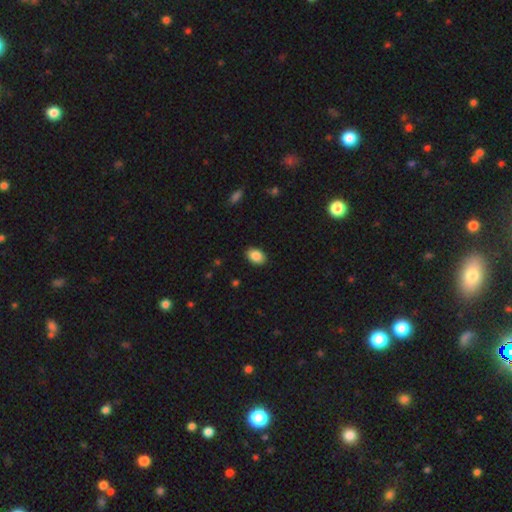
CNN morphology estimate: smooth_or_featured: smooth (p=0.89) [alt: star or artifact p=0.08]
how_rounded: in between (p=0.86) [alt: round p=0.13]
merging: none (p=0.89) [alt: minor disturbance p=0.08]